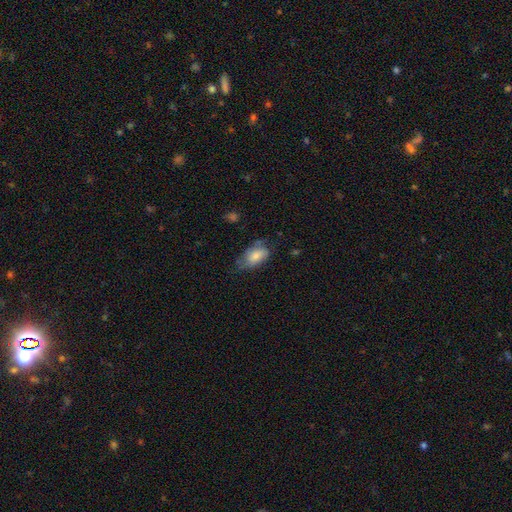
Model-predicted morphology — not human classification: smooth_or_featured: smooth (p=0.73) [alt: featured or disk p=0.20]
how_rounded: in between (p=0.92) [alt: round p=0.05]
merging: none (p=0.50) [alt: minor disturbance p=0.34]